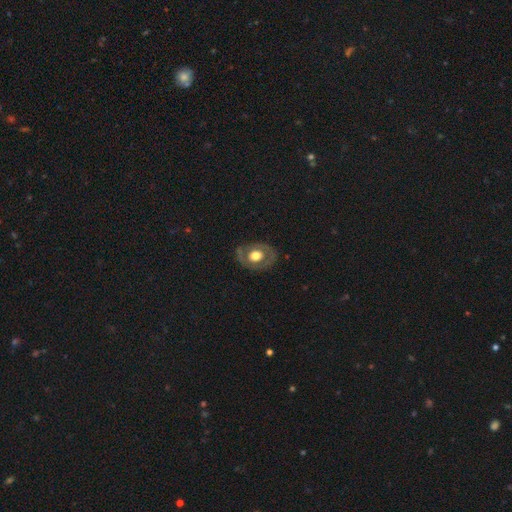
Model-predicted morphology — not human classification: Q: Smooth or featured?
A: featured or disk (56%); runner-up: smooth (38%)
Q: Edge-on disk?
A: no (93%); runner-up: yes (7%)
Q: Bar?
A: no (86%); runner-up: weak (11%)
Q: Spiral arms?
A: no (77%); runner-up: yes (23%)
Q: Bulge size?
A: large (48%); runner-up: moderate (44%)
Q: Merging?
A: none (75%); runner-up: minor disturbance (17%)